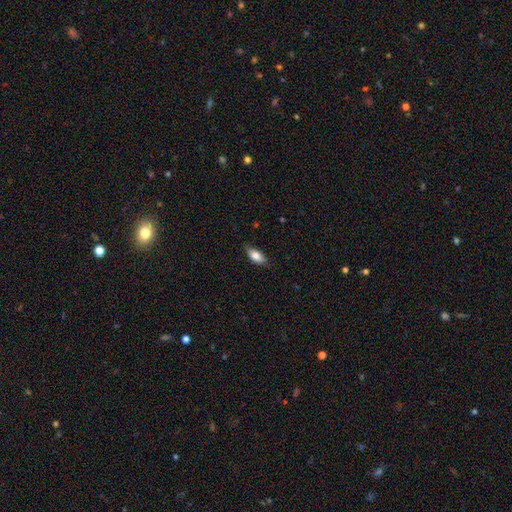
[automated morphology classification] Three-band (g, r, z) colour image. It shows a smooth galaxy with no disk features (79%) that is in between round and cigar-shaped (86%). Merging: none (83%).